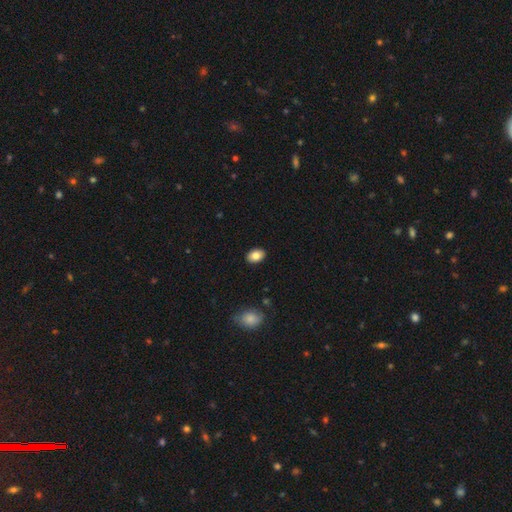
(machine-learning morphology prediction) This is clearly a smooth galaxy (83%). How rounded: clearly in between (84%). Merging: clearly none (89%).